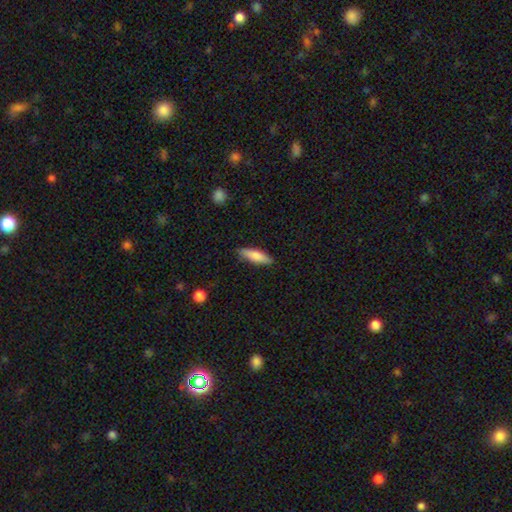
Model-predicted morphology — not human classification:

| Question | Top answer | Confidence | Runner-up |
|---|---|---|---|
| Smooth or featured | smooth | 77% | featured or disk (17%) |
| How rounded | cigar-shaped | 57% | in between (41%) |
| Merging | none | 87% | minor disturbance (10%) |